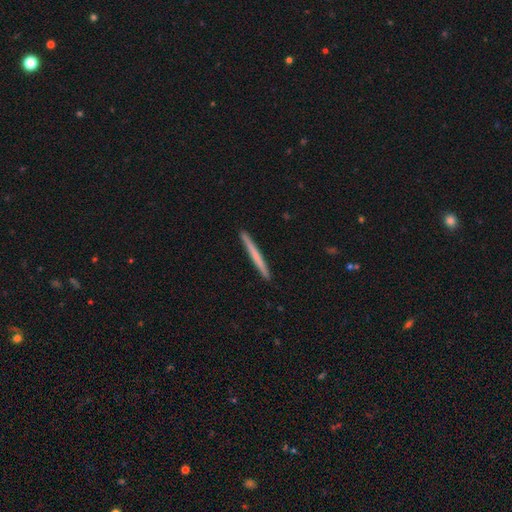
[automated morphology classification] A smooth galaxy with no disk features (58%) that is cigar-shaped (97%).

Vote fractions:
- Smooth or featured? smooth: 58% / featured or disk: 37% / star or artifact: 5%
- How rounded? cigar-shaped: 97% / in between: 1% / round: 1%
- Merging? none: 93% / minor disturbance: 5% / major disturbance: 1% / merger: 1%